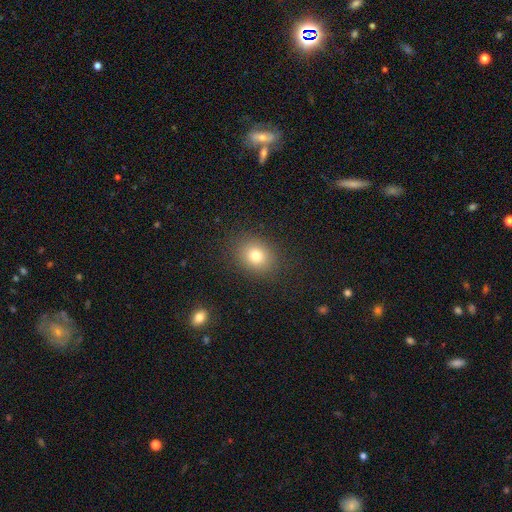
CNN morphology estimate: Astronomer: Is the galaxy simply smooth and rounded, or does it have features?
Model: smooth — 77%.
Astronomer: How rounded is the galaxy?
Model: round — 59% (runner-up: in between, 41%).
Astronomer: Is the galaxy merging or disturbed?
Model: none — 88%.